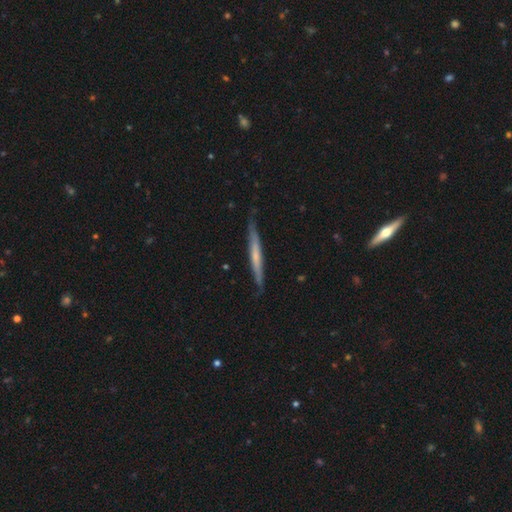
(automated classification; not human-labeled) This is possibly a featured or disk galaxy (49%). Merging: clearly none (82%).